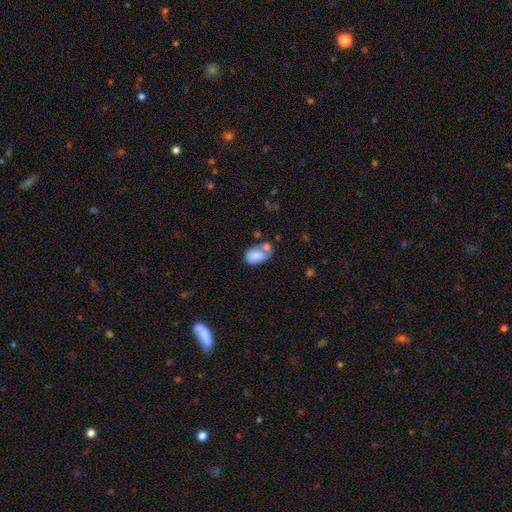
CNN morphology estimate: smooth 75%, featured or disk 17%, star or artifact 8%. Down the decision tree: how rounded — in between (87%); merging — none (35%).